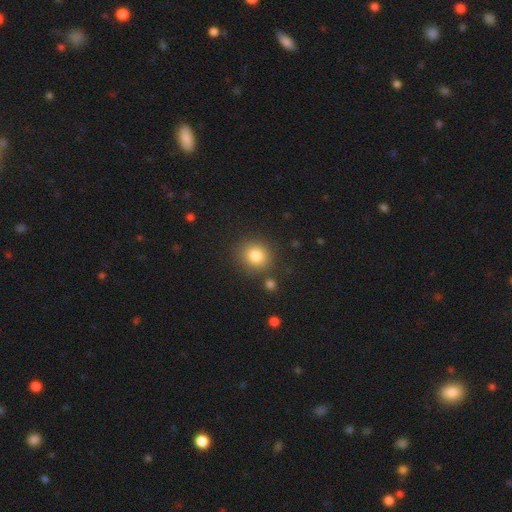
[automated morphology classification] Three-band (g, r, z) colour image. It shows a smooth galaxy with no disk features (83%) that is round (84%). Merging: none (83%).